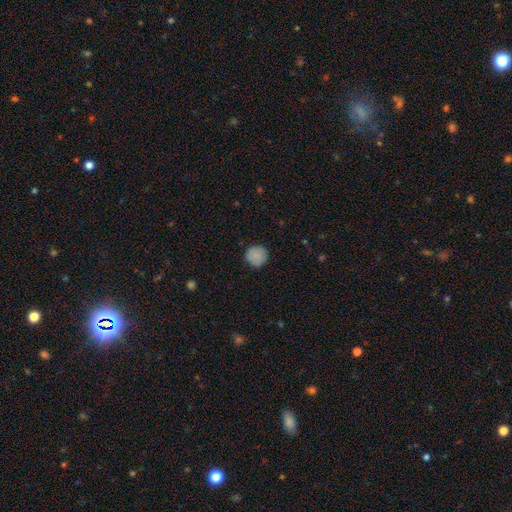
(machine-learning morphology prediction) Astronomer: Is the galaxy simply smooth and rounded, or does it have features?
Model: smooth — 87%.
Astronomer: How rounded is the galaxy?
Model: round — 93%.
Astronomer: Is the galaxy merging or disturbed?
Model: none — 86%.